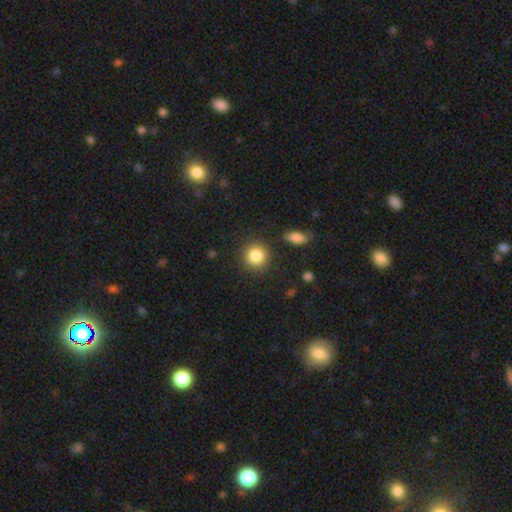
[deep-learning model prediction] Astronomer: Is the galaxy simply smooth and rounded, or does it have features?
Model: smooth — 86%.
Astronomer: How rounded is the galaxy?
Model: round — 91%.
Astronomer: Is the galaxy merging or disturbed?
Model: none — 87%.